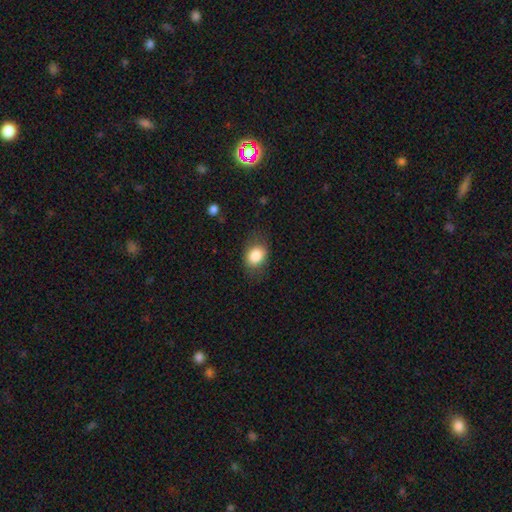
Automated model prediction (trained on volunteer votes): Morphology: type=smooth (85%); roundness=in between (62%); merging=none (72%).